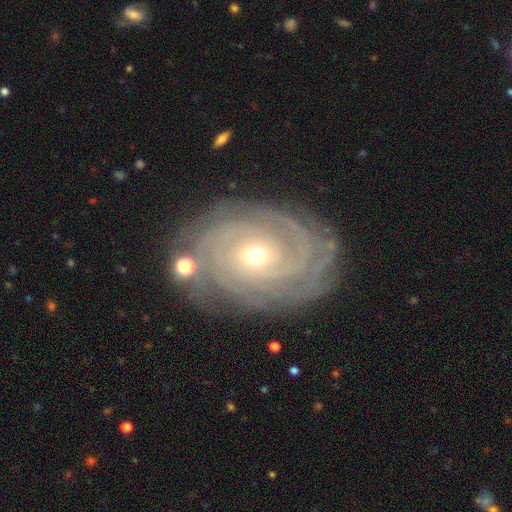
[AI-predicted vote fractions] smooth-or-featured: featured or disk: 88% | smooth: 6% | star or artifact: 6%
  disk-edge-on: no: 97% | yes: 3%
    bar: no: 73% | weak: 20% | strong: 7%
    has-spiral-arms: yes: 97% | no: 3%
      spiral-winding: tight: 83% | medium: 14% | loose: 3%
      spiral-arm-count: can't tell: 24% | 4: 21% | 3: 20% | 2: 15% | more than 4: 13% | 1: 7%
    bulge-size: small: 51% | moderate: 45% | large: 2% | dominant: 1% | none: 1%
  merging: none: 75% | minor disturbance: 16% | major disturbance: 6% | merger: 3%